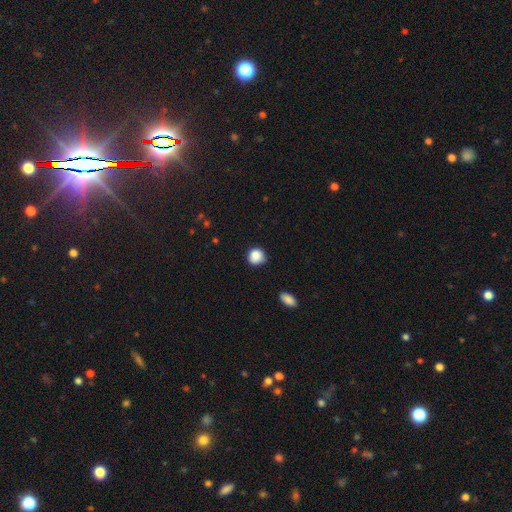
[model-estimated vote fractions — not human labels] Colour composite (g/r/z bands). It shows a smooth galaxy with no disk features (86%) that is round (89%). Merging: none (75%).